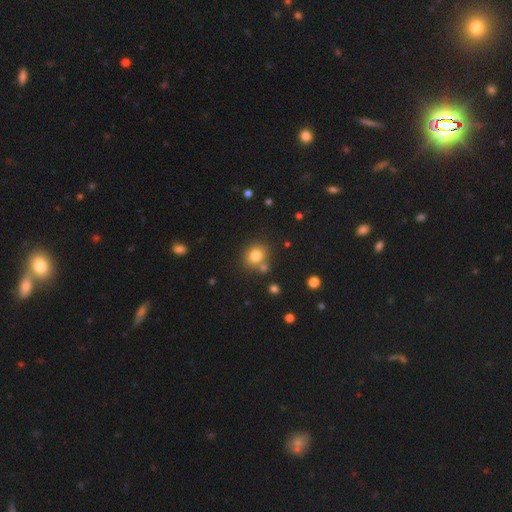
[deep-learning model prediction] Q: Smooth or featured?
A: smooth (79%); runner-up: star or artifact (13%)
Q: How rounded?
A: round (77%); runner-up: in between (22%)
Q: Merging?
A: none (71%); runner-up: merger (15%)